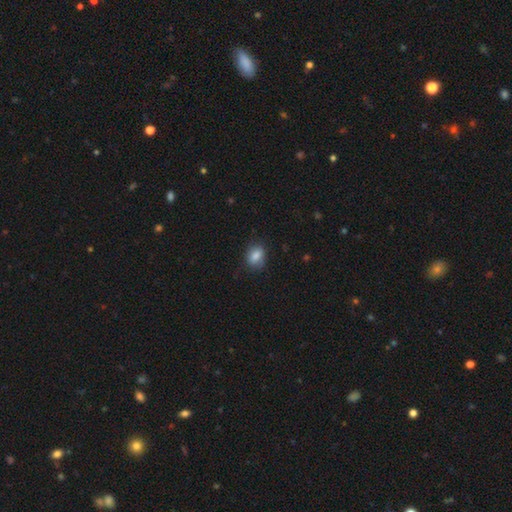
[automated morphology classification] The model was most divided on "how rounded": in between: 69%, round: 30%, cigar-shaped: 2%. More confident: smooth or featured — smooth (82%); merging — none (74%).